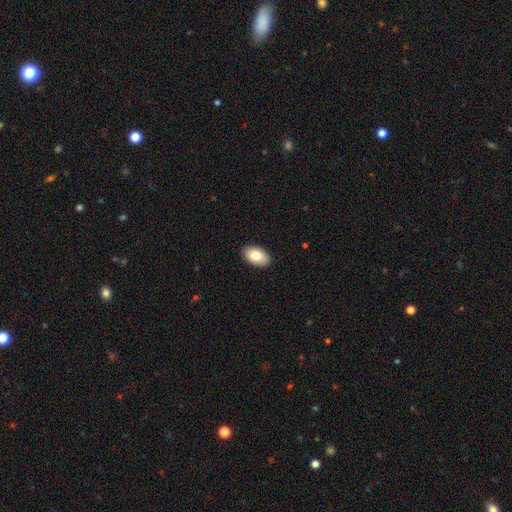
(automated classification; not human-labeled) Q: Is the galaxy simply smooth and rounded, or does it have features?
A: smooth — 81%.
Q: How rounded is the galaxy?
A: in between — 93%.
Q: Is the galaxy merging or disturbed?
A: none — 90%.